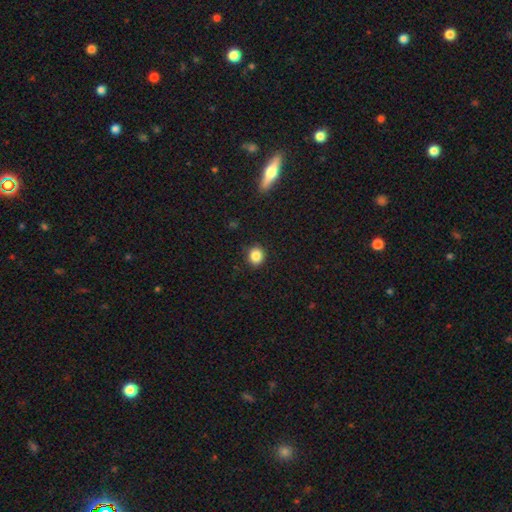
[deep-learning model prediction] A smooth galaxy with no disk features (86%) that is round (81%).

Vote fractions:
- Smooth or featured? smooth: 86% / star or artifact: 10% / featured or disk: 4%
- How rounded? round: 81% / in between: 18% / cigar-shaped: 1%
- Merging? none: 90% / minor disturbance: 7% / major disturbance: 2% / merger: 1%